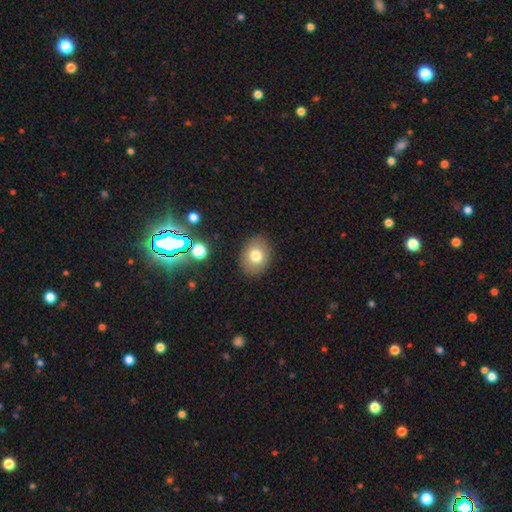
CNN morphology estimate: smooth 77%, featured or disk 12%, star or artifact 11%. Down the decision tree: how rounded — in between (56%); merging — none (87%).